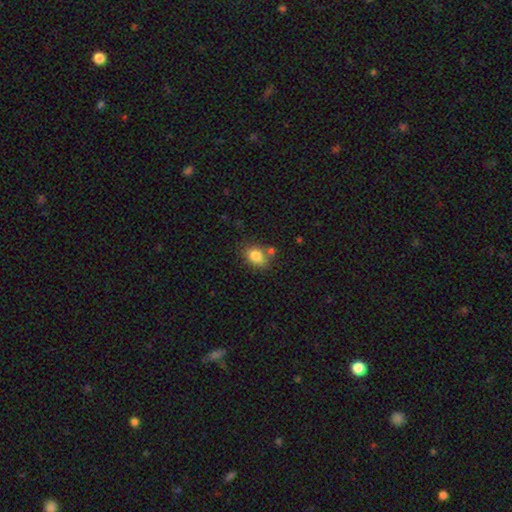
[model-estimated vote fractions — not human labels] Overall: smooth (83%). How rounded: in between (69%; round 29%). Merging: none (61%).